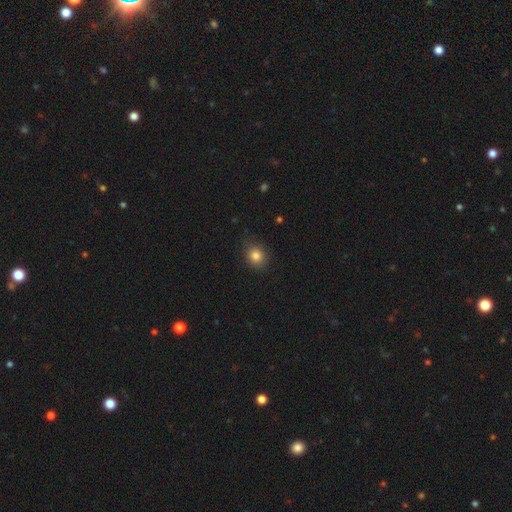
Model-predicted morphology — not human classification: smooth_or_featured: smooth (p=0.83) [alt: star or artifact p=0.11]
how_rounded: round (p=0.77) [alt: in between p=0.22]
merging: none (p=0.85) [alt: minor disturbance p=0.12]